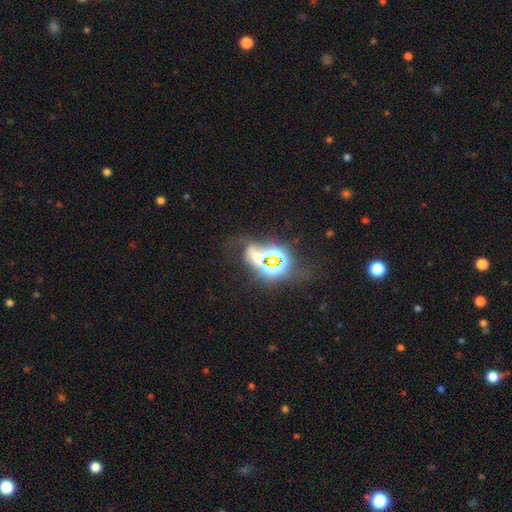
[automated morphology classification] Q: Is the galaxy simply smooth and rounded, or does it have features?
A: star or artifact — 58%.